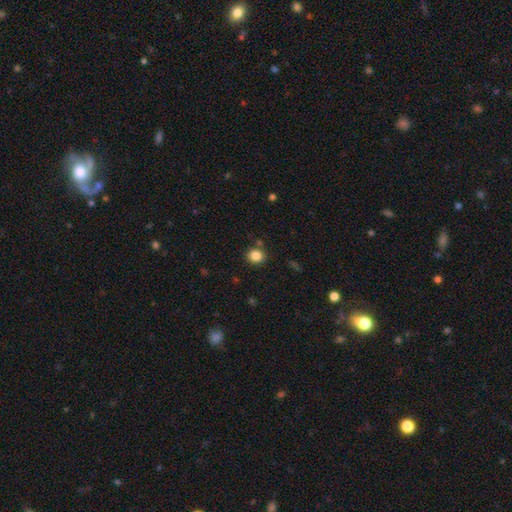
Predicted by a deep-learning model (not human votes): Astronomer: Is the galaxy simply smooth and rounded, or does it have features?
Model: smooth — 85%.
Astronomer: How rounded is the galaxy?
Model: round — 80%.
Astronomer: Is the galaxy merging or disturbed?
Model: none — 83%.